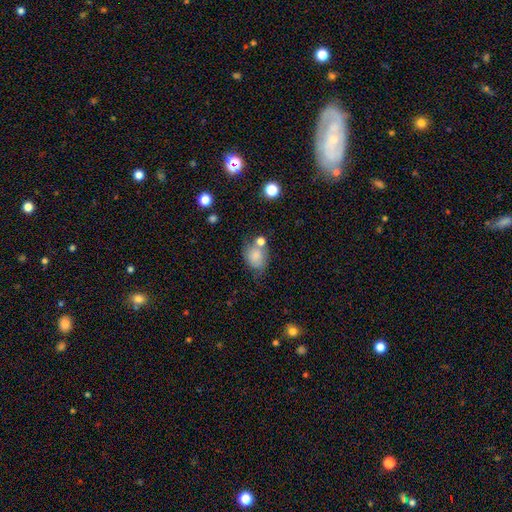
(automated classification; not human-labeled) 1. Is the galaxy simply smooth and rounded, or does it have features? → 78% smooth, 12% featured or disk, 10% star or artifact.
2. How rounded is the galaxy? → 59% in between, 40% round, 1% cigar-shaped.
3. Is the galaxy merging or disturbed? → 46% none, 24% minor disturbance, 20% merger, 10% major disturbance.